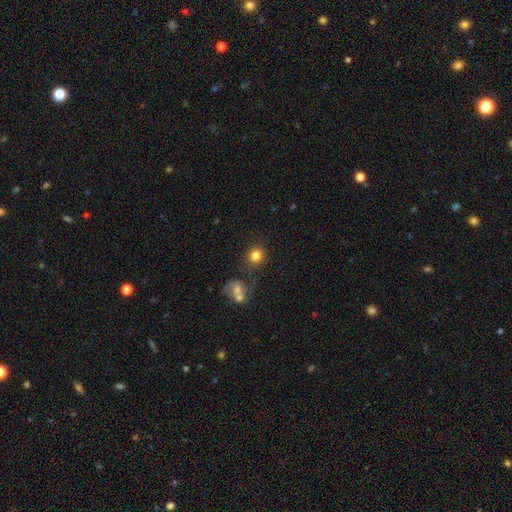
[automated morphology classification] smooth_or_featured: smooth (p=0.81) [alt: star or artifact p=0.10]
how_rounded: round (p=0.80) [alt: in between p=0.19]
merging: none (p=0.77) [alt: minor disturbance p=0.10]